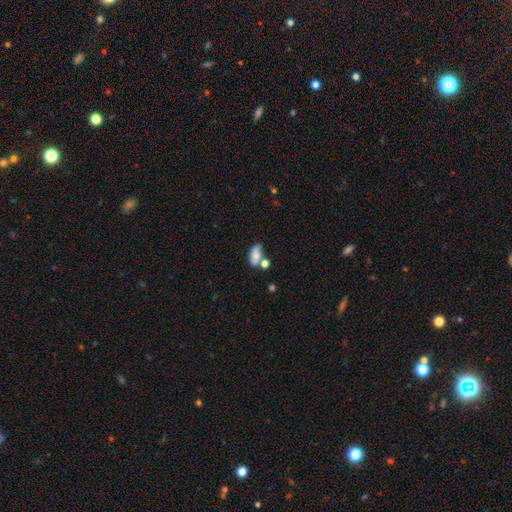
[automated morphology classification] Smooth or featured?
  - smooth: 66% *
  - featured or disk: 24%
  - star or artifact: 10%
How rounded?
  - in between: 88% *
  - round: 8%
  - cigar-shaped: 3%
Merging?
  - none: 42% *
  - merger: 30%
  - minor disturbance: 20%
  - major disturbance: 8%